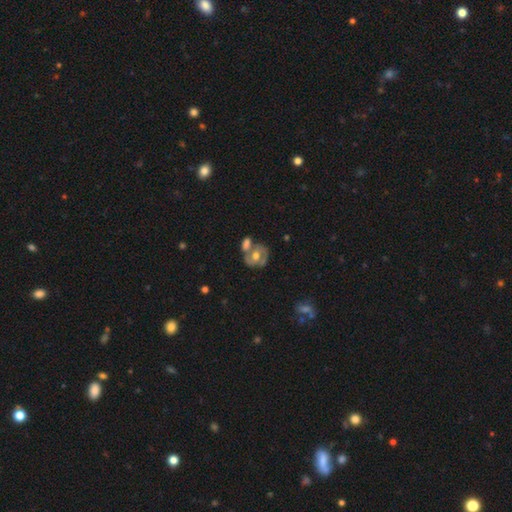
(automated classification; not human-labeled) This appears to be a featured or disk galaxy (55%) with no bar (65%), spiral arms (54%) and a moderate central bulge (74%). Merging: none (44%).